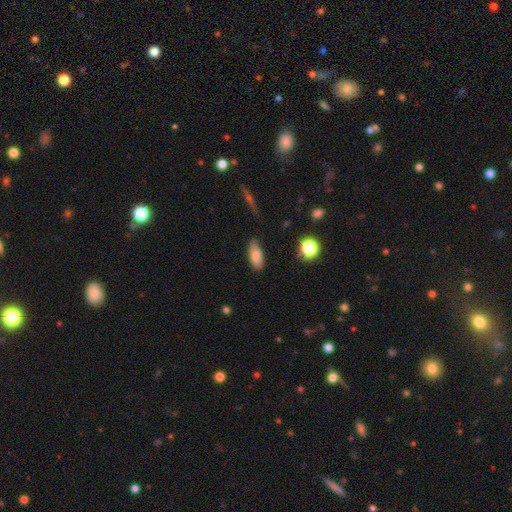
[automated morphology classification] The model was most divided on "merging": none: 76%, minor disturbance: 19%, major disturbance: 4%, merger: 2%. More confident: how rounded — in between (85%); smooth or featured — smooth (82%).